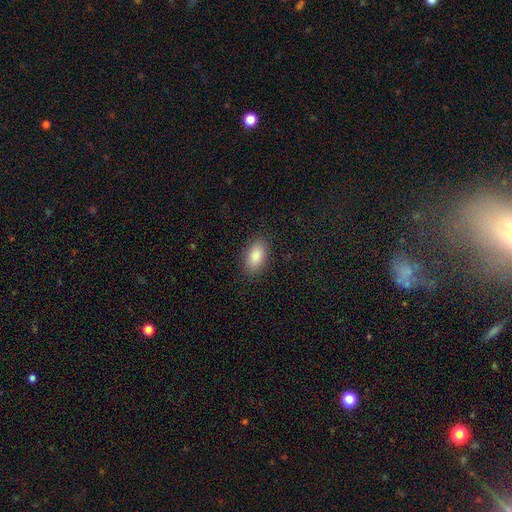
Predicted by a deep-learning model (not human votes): This is clearly a smooth galaxy (86%). How rounded: clearly in between (93%). Merging: clearly none (88%).